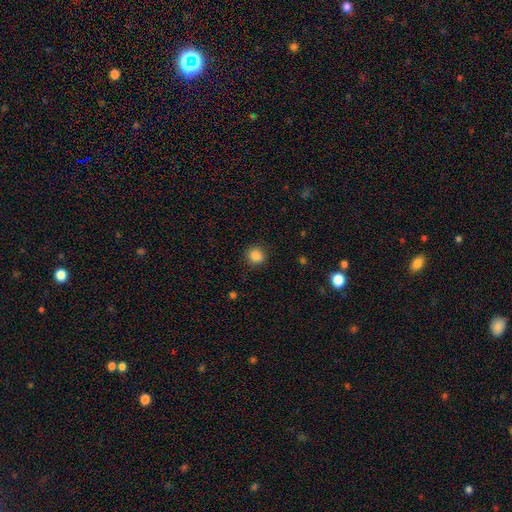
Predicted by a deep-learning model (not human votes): This is clearly a smooth galaxy (86%). How rounded: clearly round (89%). Merging: clearly none (90%).